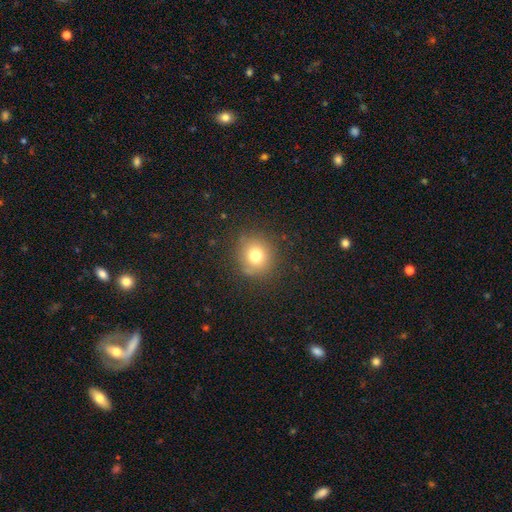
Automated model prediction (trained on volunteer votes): smooth-or-featured: smooth: 75% | star or artifact: 14% | featured or disk: 11%
  how-rounded: round: 88% | in between: 11% | cigar-shaped: 1%
  merging: none: 84% | minor disturbance: 10% | major disturbance: 4% | merger: 1%